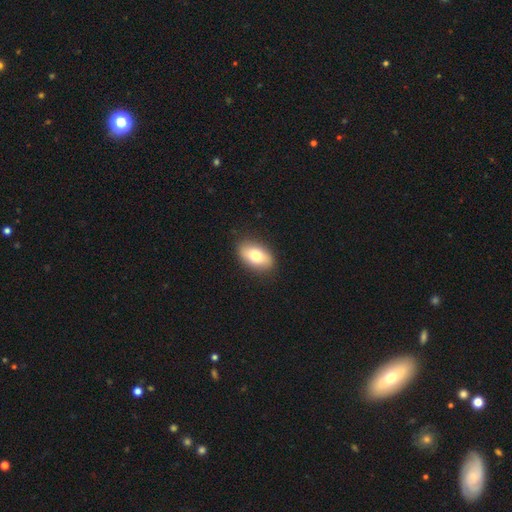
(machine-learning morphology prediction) Smooth or featured? Predicted: smooth (p=0.75). How rounded? Predicted: in between (p=0.90). Merging? Predicted: none (p=0.88).